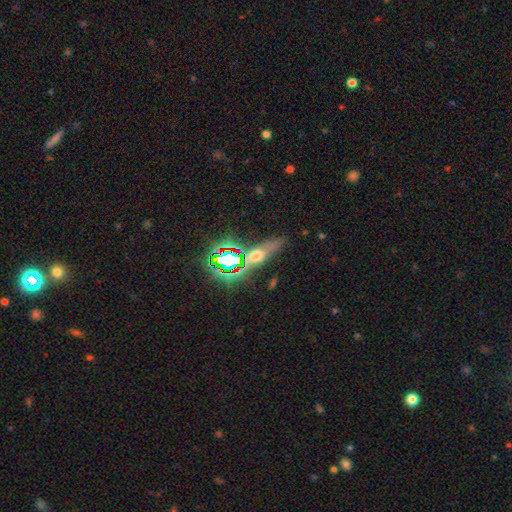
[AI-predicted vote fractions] smooth_or_featured: smooth (p=0.43) [alt: star or artifact p=0.32]
merging: none (p=0.71) [alt: minor disturbance p=0.16]